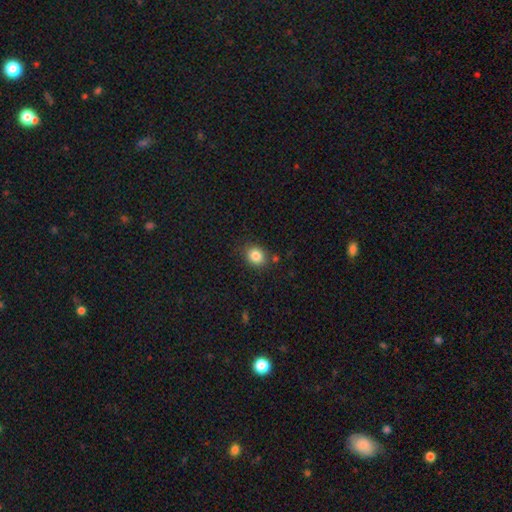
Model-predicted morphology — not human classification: smooth-or-featured: smooth: 85% | star or artifact: 10% | featured or disk: 5%
  how-rounded: round: 57% | in between: 42% | cigar-shaped: 1%
  merging: none: 82% | minor disturbance: 12% | merger: 3% | major disturbance: 3%